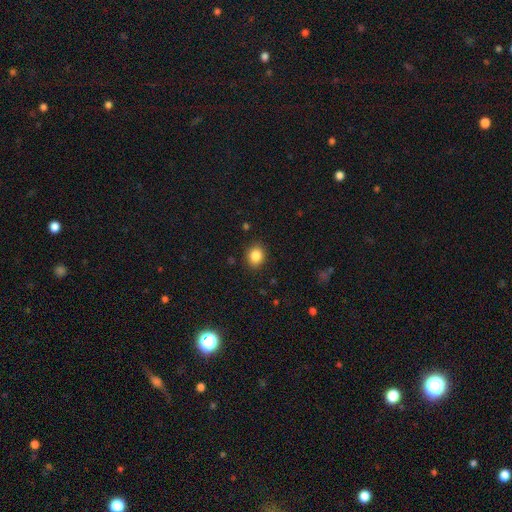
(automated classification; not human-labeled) The model was most divided on "how rounded": round: 62%, in between: 38%, cigar-shaped: 1%. More confident: merging — none (89%); smooth or featured — smooth (85%).